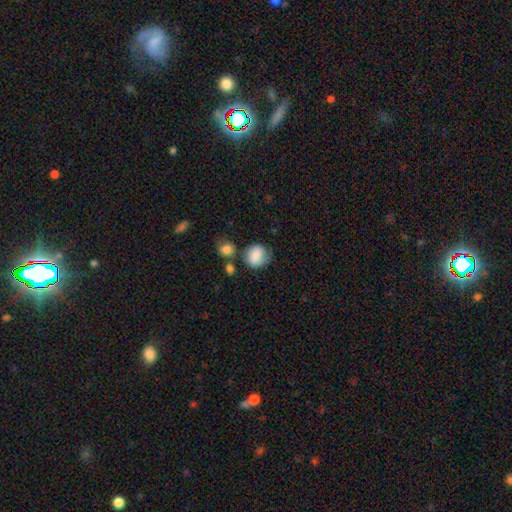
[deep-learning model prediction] Smooth or featured? Predicted: smooth (p=0.82). How rounded? Predicted: round (p=0.73). Merging? Predicted: none (p=0.58).